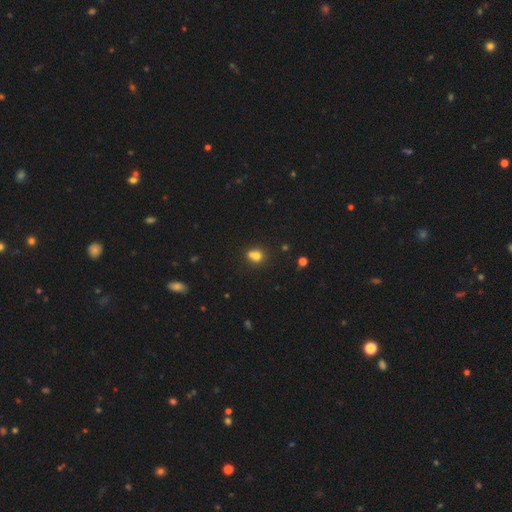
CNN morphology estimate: The model was most divided on "merging": merger: 48%, none: 39%, minor disturbance: 10%, major disturbance: 4%. More confident: how rounded — round (75%); smooth or featured — smooth (72%).